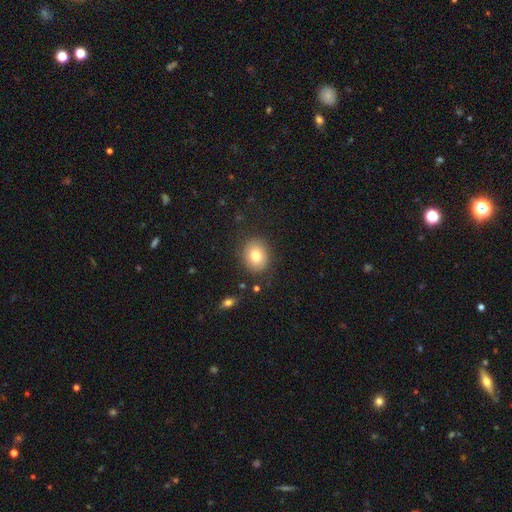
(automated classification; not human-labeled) Morphology: type=smooth (79%); roundness=round (62%); merging=none (84%).